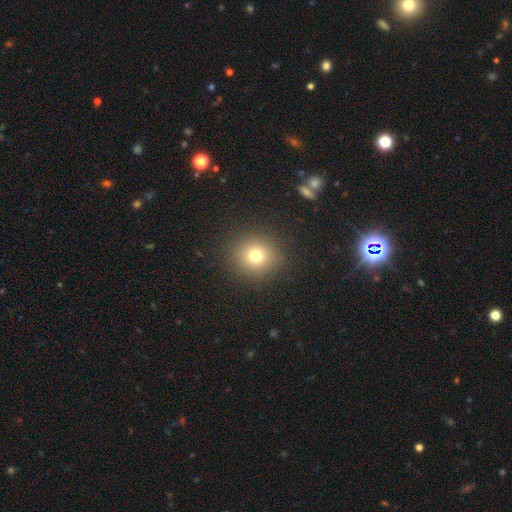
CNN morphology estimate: smooth_or_featured: smooth (p=0.76) [alt: star or artifact p=0.15]
how_rounded: round (p=0.88) [alt: in between p=0.11]
merging: none (p=0.90) [alt: minor disturbance p=0.06]